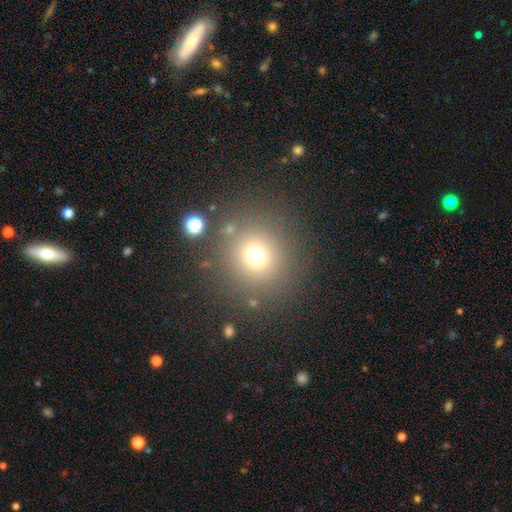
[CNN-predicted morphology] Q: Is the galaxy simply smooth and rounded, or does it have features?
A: smooth — 69%.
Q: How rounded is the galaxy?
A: round — 93%.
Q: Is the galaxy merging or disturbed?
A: none — 84%.